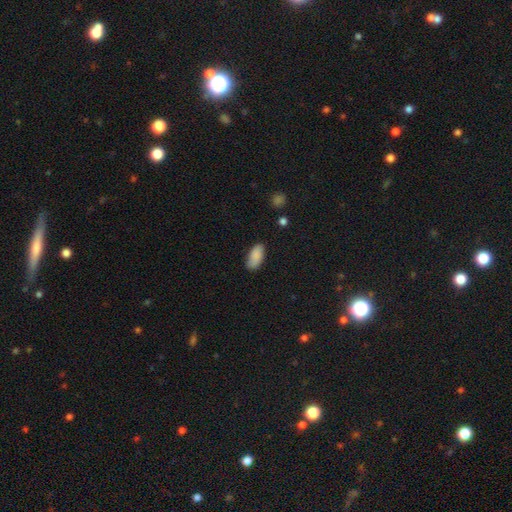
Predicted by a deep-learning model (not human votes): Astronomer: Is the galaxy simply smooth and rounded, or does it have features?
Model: smooth — 87%.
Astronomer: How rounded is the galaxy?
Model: in between — 91%.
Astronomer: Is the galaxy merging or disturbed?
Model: none — 78%.